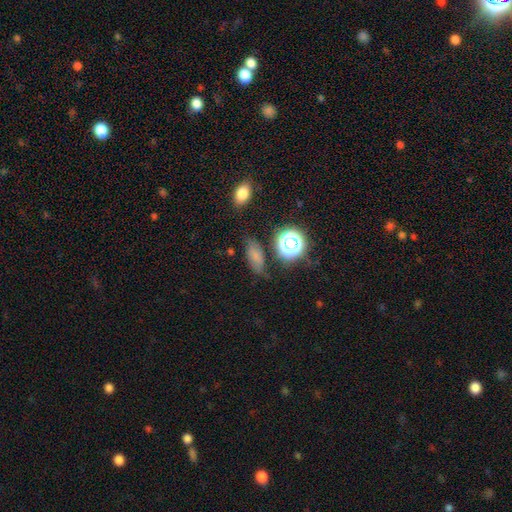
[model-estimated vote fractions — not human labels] The model was most divided on "merging": none: 67%, minor disturbance: 22%, major disturbance: 7%, merger: 4%. More confident: how rounded — in between (76%); smooth or featured — smooth (64%).